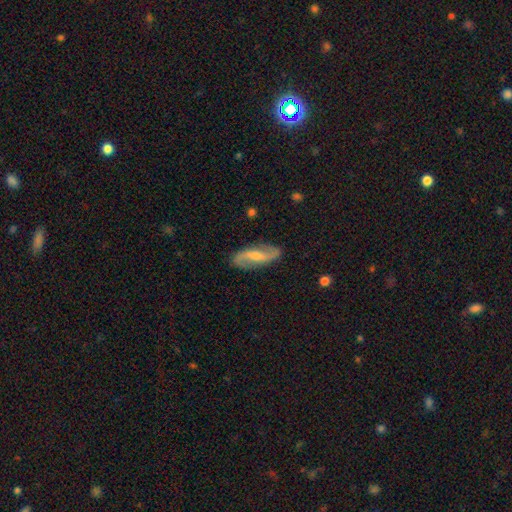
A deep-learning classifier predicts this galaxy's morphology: Overall: featured or disk (77%). Edge-on disk: no (92%). Bar: weak (48%; no 26%). Spiral arms: yes (94%). Spiral arm count: 2 (92%). Spiral winding: loose (62%; medium 29%). Bulge size: moderate (48%; small 36%). Merging: none (85%).